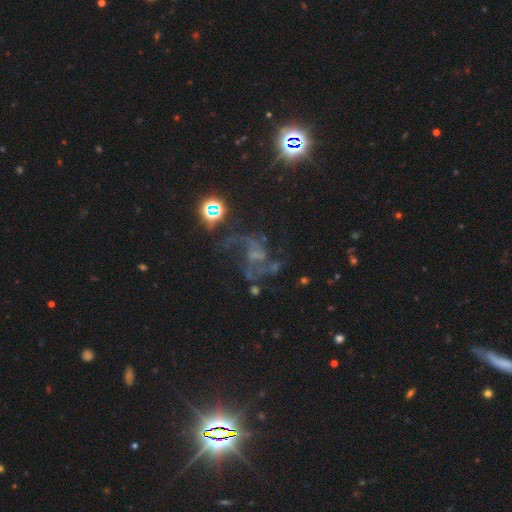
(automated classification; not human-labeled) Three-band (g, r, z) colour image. It shows a featured or disk galaxy (64%) with no bar (54%), 2 (54%) loose (53%) spiral arms (84%) and no central bulge (44%). Merging: none (48%).